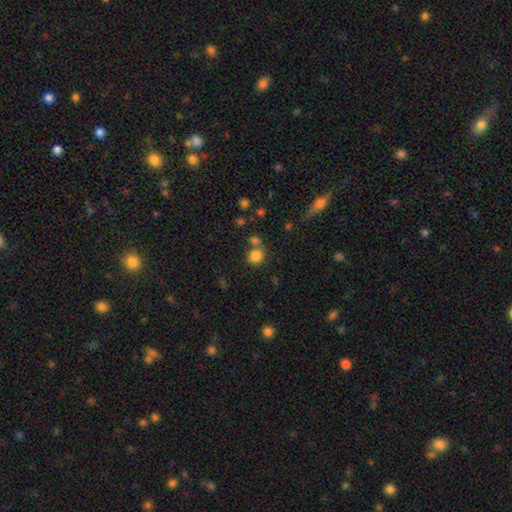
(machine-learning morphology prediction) The model was most divided on "merging": none: 63%, merger: 22%, minor disturbance: 11%, major disturbance: 4%. More confident: smooth or featured — smooth (82%); how rounded — round (76%).